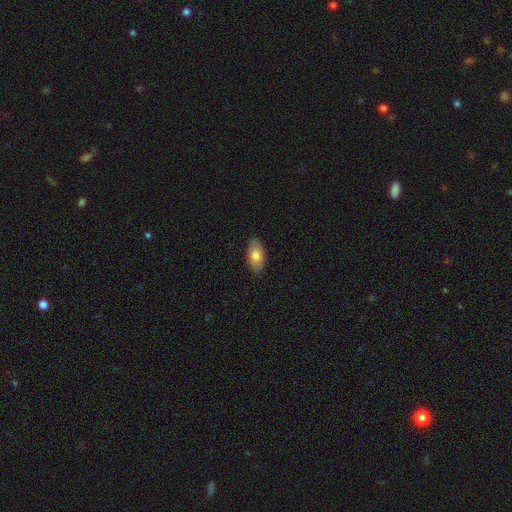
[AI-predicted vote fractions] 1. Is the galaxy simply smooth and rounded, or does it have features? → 76% smooth, 18% featured or disk, 6% star or artifact.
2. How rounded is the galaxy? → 93% in between, 4% round, 3% cigar-shaped.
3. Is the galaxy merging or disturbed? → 87% none, 10% minor disturbance, 2% major disturbance, 1% merger.